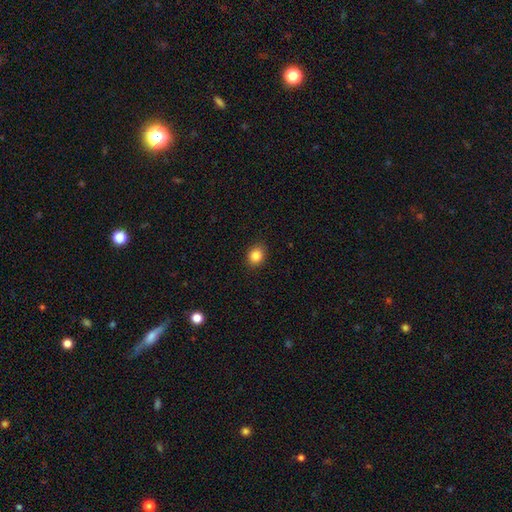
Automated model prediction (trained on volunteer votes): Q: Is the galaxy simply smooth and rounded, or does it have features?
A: smooth — 85%.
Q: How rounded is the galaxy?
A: round — 55%.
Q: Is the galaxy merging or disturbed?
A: none — 89%.